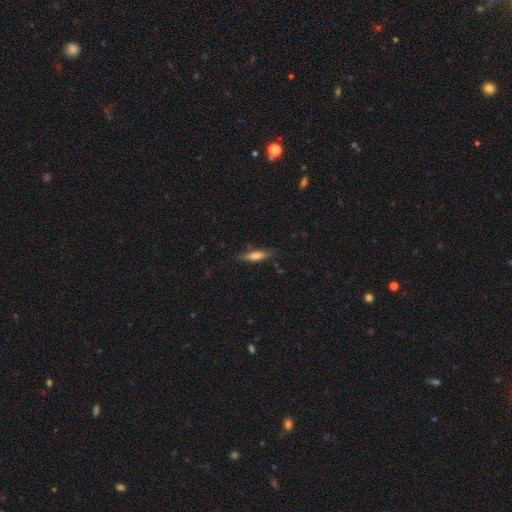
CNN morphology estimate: Smooth or featured: smooth — 68% (featured or disk — 25%)
How rounded: cigar-shaped — 70% (in between — 29%)
Merging: none — 80% (minor disturbance — 15%)